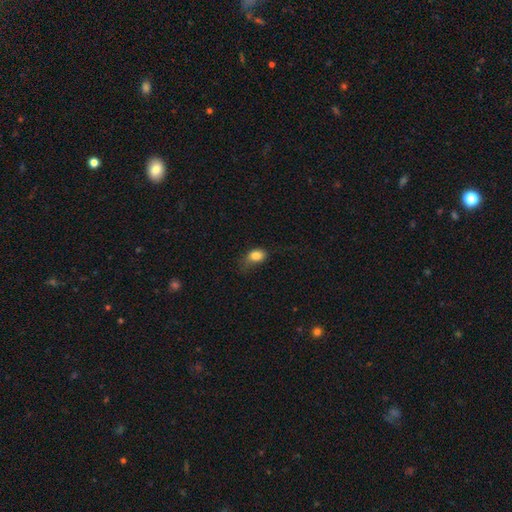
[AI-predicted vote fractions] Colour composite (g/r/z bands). It shows a smooth galaxy with no disk features (83%) that is in between round and cigar-shaped (78%). Merging: none (43%).